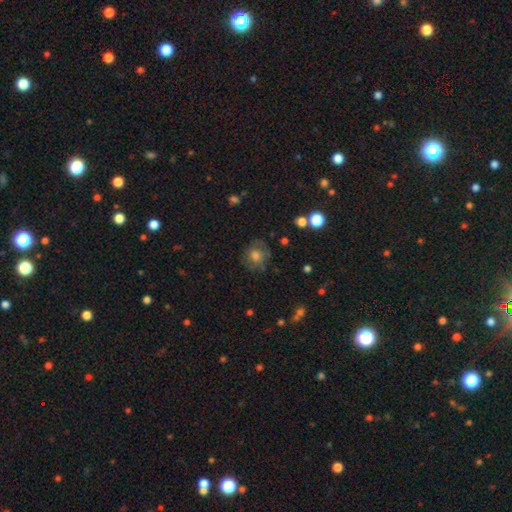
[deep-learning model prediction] Smooth or featured? Predicted: smooth (p=0.57). How rounded? Predicted: round (p=0.83). Merging? Predicted: none (p=0.75).